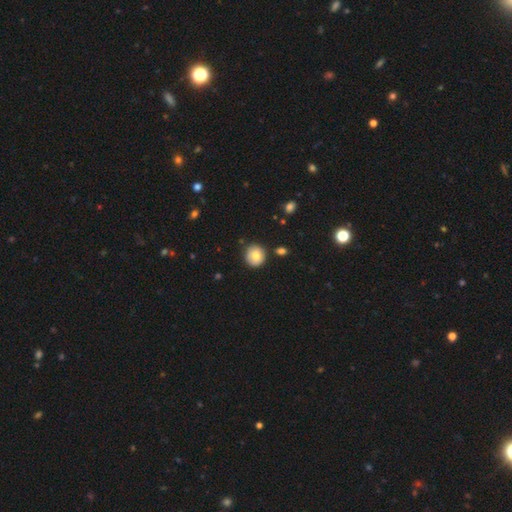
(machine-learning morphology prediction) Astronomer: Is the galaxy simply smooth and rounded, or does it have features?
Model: smooth — 77%.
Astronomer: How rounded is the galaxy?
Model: round — 91%.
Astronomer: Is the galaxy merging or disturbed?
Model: none — 83%.